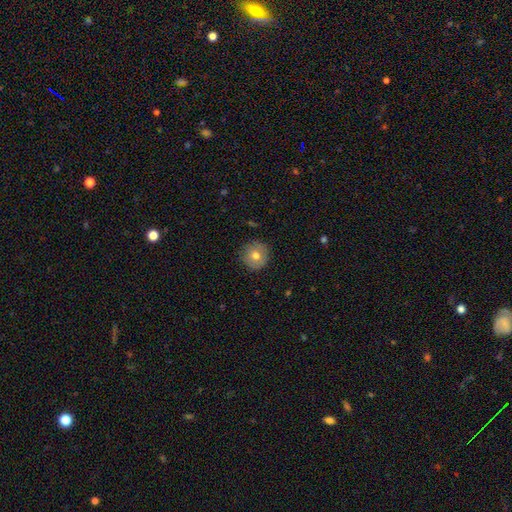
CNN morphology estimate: This is likely a smooth galaxy (72%). How rounded: clearly round (94%). Merging: clearly none (85%).